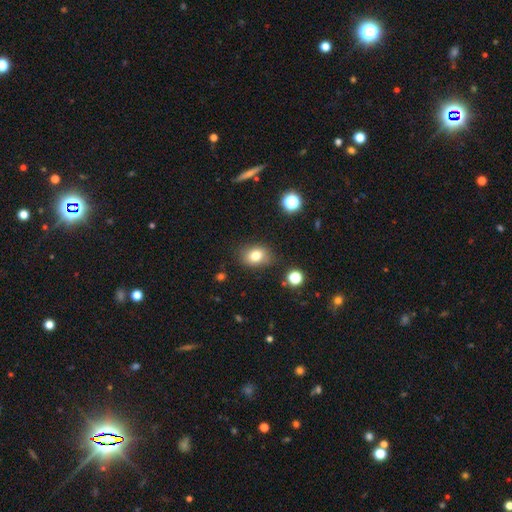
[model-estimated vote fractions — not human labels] Overall: smooth (79%). How rounded: in between (62%; round 37%). Merging: none (79%).